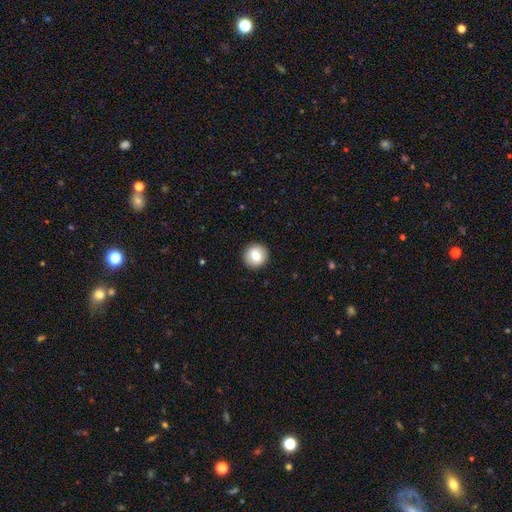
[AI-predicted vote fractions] smooth-or-featured: smooth: 77% | featured or disk: 15% | star or artifact: 8%
  how-rounded: round: 93% | in between: 6% | cigar-shaped: 1%
  merging: none: 92% | minor disturbance: 5% | major disturbance: 2% | merger: 1%